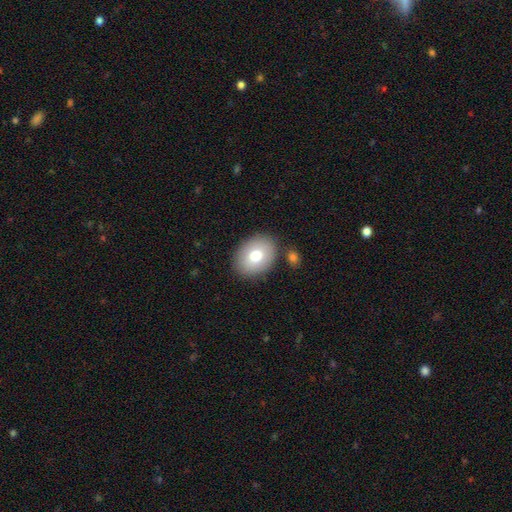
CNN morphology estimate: Smooth or featured? smooth (76%)
How rounded? in between (66%)
Merging? none (82%)